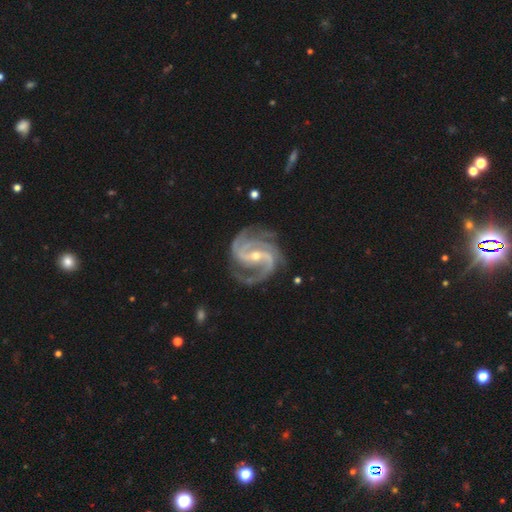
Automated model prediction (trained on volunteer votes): A featured or disk galaxy (94%) with a strong bar (42%), 3 (37%) medium (54%) spiral arms (99%) and a small central bulge (59%). Merging: none (74%).